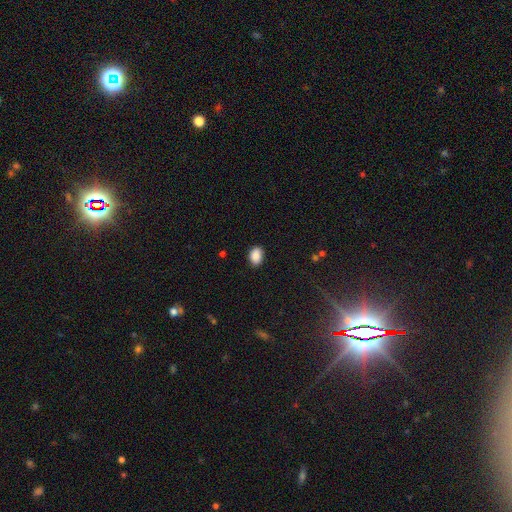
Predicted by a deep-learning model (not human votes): Smooth or featured: smooth — 89% (star or artifact — 8%)
How rounded: in between — 81% (round — 18%)
Merging: none — 86% (minor disturbance — 10%)